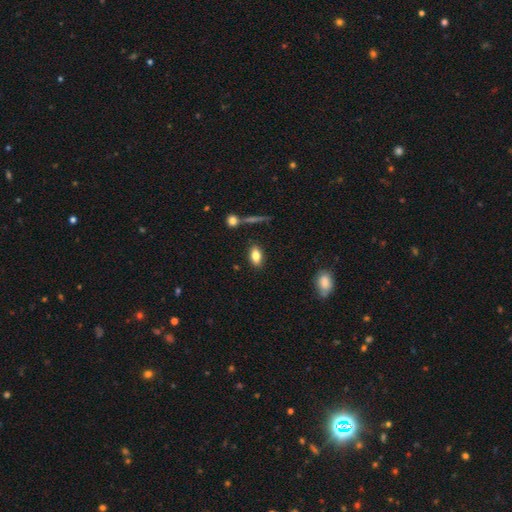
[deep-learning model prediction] This is likely a smooth galaxy (80%). How rounded: clearly in between (86%). Merging: clearly none (84%).